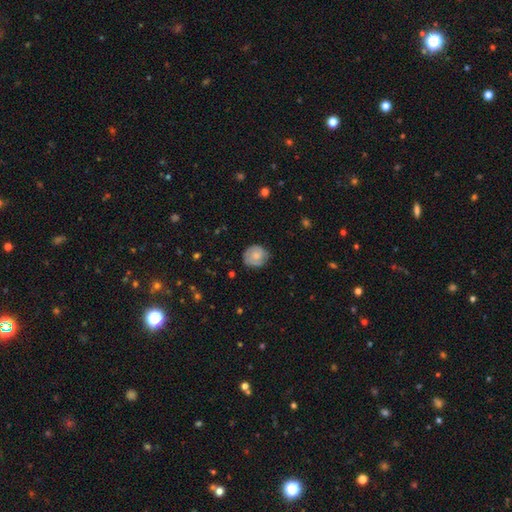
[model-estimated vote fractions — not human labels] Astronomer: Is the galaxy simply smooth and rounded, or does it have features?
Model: smooth — 47% (runner-up: featured or disk, 46%).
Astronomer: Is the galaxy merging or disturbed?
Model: none — 74%.